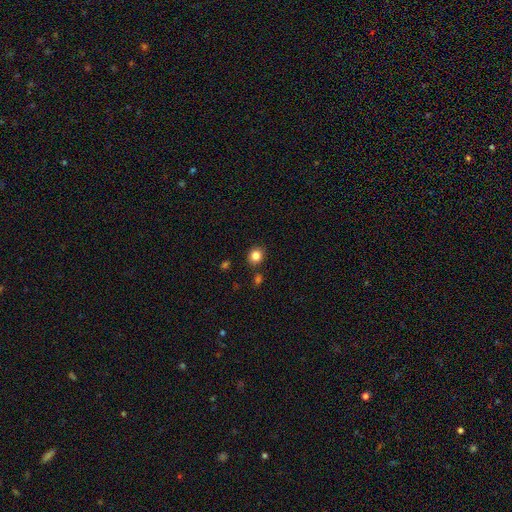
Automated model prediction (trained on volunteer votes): smooth-or-featured: smooth: 84% | star or artifact: 11% | featured or disk: 5%
  how-rounded: round: 78% | in between: 21% | cigar-shaped: 1%
  merging: none: 84% | minor disturbance: 9% | merger: 4% | major disturbance: 2%